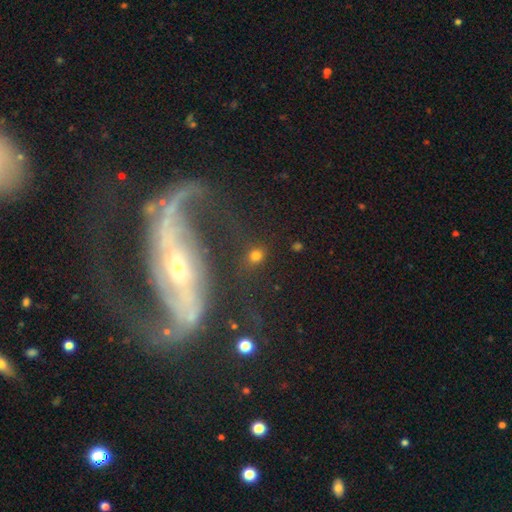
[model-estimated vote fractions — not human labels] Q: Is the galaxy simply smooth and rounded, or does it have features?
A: smooth — 71%.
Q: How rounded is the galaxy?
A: round — 67%.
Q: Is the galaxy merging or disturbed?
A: none — 77%.